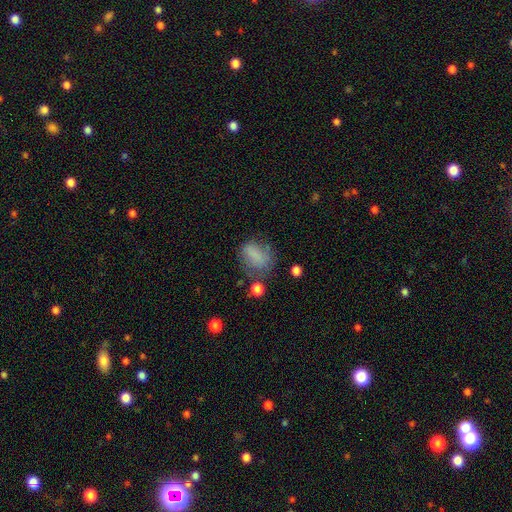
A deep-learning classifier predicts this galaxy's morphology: Q: Smooth or featured?
A: smooth (76%); runner-up: featured or disk (13%)
Q: How rounded?
A: in between (73%); runner-up: round (24%)
Q: Merging?
A: none (48%); runner-up: minor disturbance (27%)